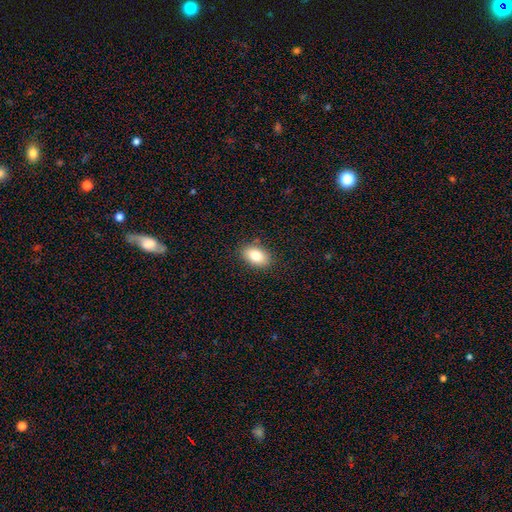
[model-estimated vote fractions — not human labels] smooth_or_featured: smooth (p=0.82) [alt: featured or disk p=0.10]
how_rounded: in between (p=0.86) [alt: round p=0.12]
merging: none (p=0.86) [alt: minor disturbance p=0.10]